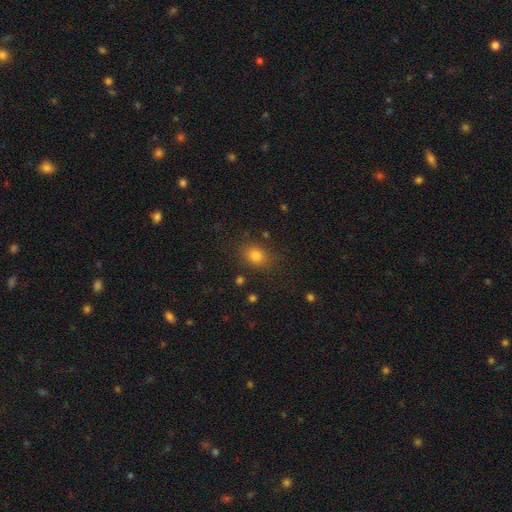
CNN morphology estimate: Smooth or featured?
  - smooth: 80% *
  - star or artifact: 13%
  - featured or disk: 7%
How rounded?
  - in between: 54% *
  - round: 45%
  - cigar-shaped: 1%
Merging?
  - none: 82% *
  - minor disturbance: 12%
  - major disturbance: 4%
  - merger: 2%